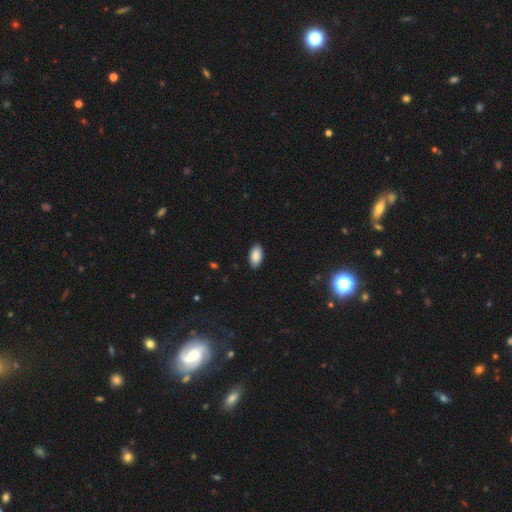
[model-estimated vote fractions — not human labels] Smooth or featured: smooth — 88% (star or artifact — 7%)
How rounded: in between — 95% (cigar-shaped — 3%)
Merging: none — 89% (minor disturbance — 8%)